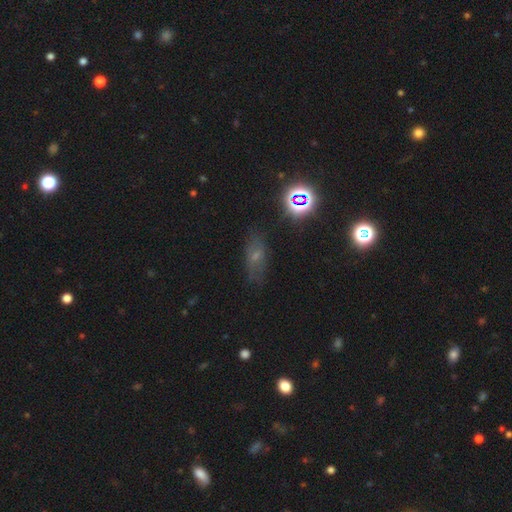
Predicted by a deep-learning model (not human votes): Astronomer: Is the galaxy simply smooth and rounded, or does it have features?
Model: smooth — 45% (runner-up: star or artifact, 28%).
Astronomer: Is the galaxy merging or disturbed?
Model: none — 71%.